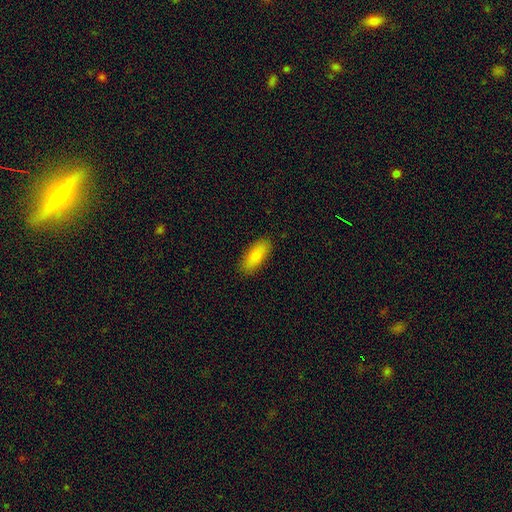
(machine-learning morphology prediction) smooth_or_featured: smooth (p=0.84) [alt: featured or disk p=0.09]
how_rounded: in between (p=0.80) [alt: cigar-shaped p=0.18]
merging: none (p=0.88) [alt: minor disturbance p=0.09]